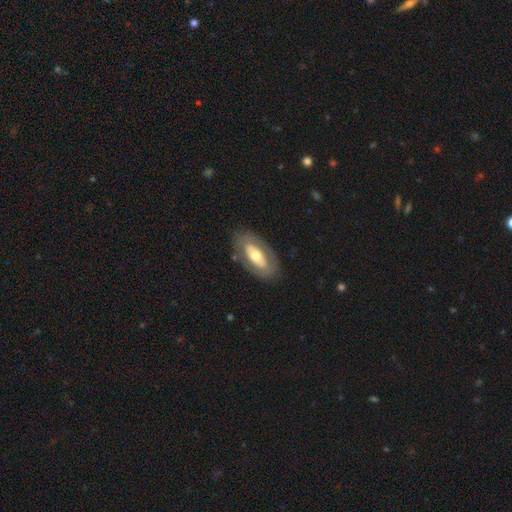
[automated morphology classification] Q: Smooth or featured?
A: featured or disk (53%); runner-up: smooth (42%)
Q: Edge-on disk?
A: no (86%); runner-up: yes (14%)
Q: Merging?
A: none (80%); runner-up: minor disturbance (13%)